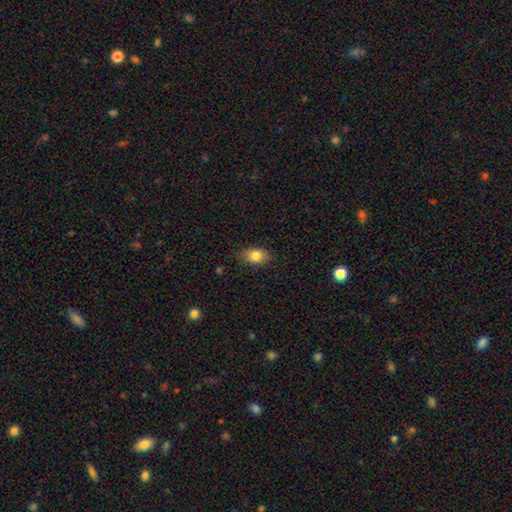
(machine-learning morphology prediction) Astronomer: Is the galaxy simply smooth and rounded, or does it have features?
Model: smooth — 83%.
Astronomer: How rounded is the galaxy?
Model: in between — 82%.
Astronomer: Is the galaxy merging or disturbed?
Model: none — 85%.